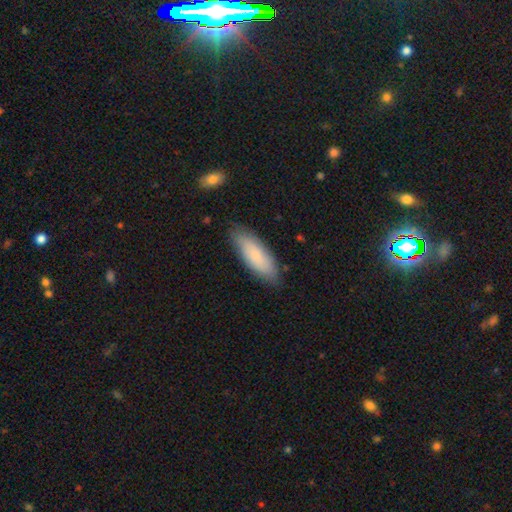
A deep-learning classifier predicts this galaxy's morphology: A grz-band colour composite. It shows a smooth galaxy with no disk features (80%) that is in between round and cigar-shaped (63%). Merging: none (82%).